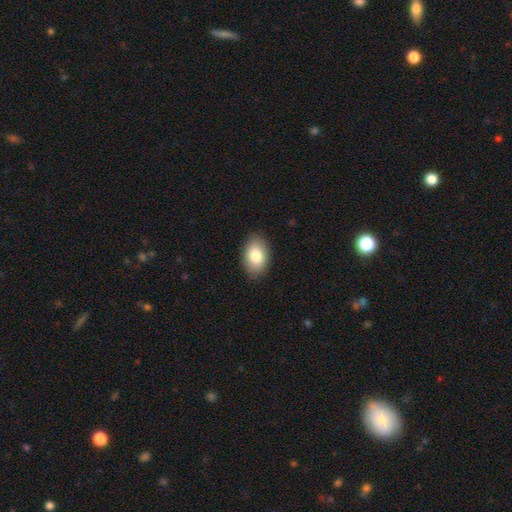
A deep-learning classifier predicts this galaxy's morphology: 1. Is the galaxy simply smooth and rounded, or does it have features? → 82% smooth, 11% featured or disk, 7% star or artifact.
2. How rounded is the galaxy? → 91% in between, 8% round, 1% cigar-shaped.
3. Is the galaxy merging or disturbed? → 88% none, 9% minor disturbance, 2% major disturbance, 1% merger.